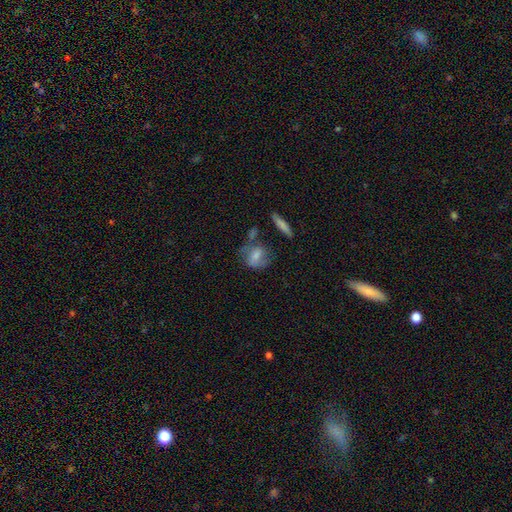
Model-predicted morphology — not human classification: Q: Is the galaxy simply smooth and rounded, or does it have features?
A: smooth — 65%.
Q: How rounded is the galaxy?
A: in between — 55%.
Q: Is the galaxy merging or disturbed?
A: none — 49%.